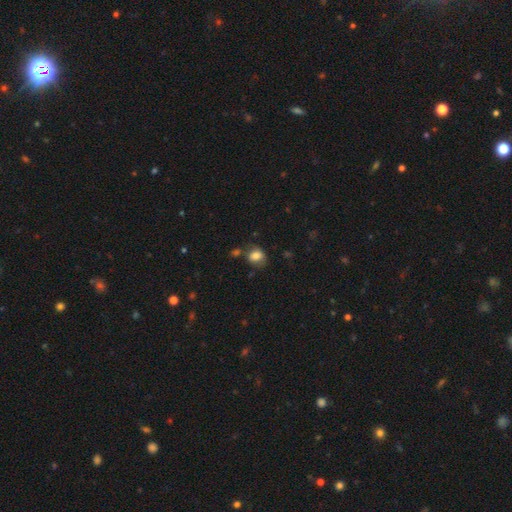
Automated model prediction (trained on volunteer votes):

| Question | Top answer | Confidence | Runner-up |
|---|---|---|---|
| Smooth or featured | smooth | 80% | featured or disk (10%) |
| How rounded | round | 52% | in between (47%) |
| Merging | none | 61% | minor disturbance (21%) |